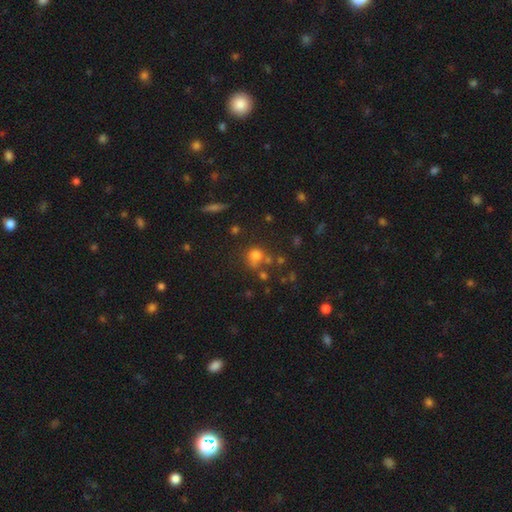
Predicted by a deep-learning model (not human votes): A smooth galaxy with no disk features (72%) that is round (79%).

Vote fractions:
- Smooth or featured? smooth: 72% / star or artifact: 17% / featured or disk: 11%
- How rounded? round: 79% / in between: 20% / cigar-shaped: 1%
- Merging? none: 53% / merger: 22% / minor disturbance: 16% / major disturbance: 9%